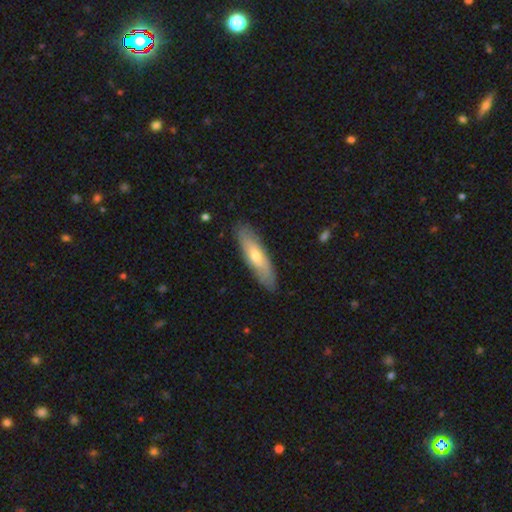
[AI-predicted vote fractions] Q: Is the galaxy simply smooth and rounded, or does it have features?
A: smooth — 61%.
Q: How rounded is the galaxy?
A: cigar-shaped — 69%.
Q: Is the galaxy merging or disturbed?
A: none — 86%.